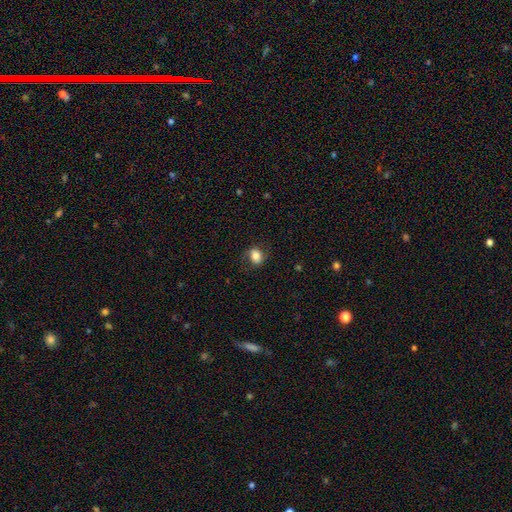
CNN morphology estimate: Overall: smooth (74%). How rounded: in between (54%; round 45%). Merging: none (72%).